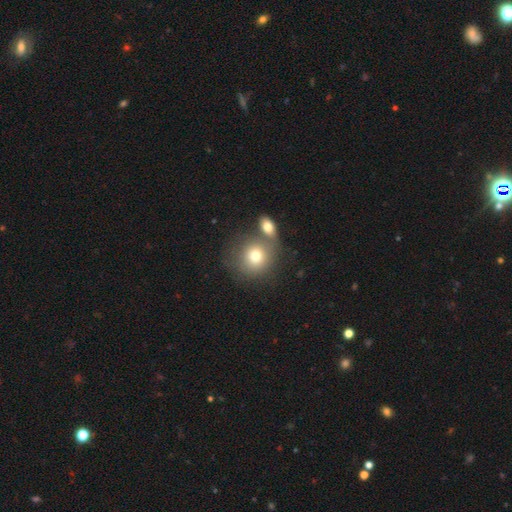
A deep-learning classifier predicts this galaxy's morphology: Overall: smooth (74%). How rounded: round (83%). Merging: none (47%; merger 37%).